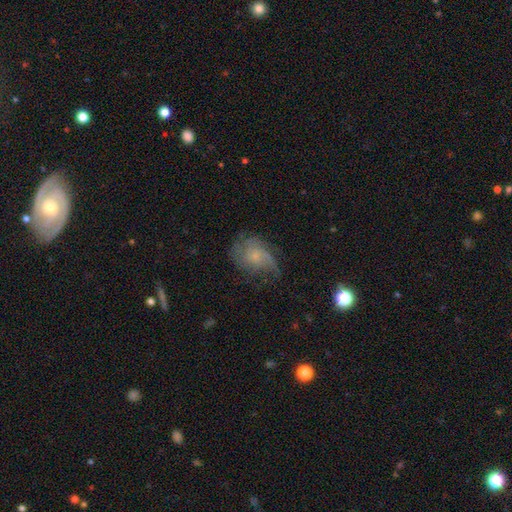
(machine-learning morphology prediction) smooth-or-featured: featured or disk: 61% | smooth: 29% | star or artifact: 10%
  disk-edge-on: no: 97% | yes: 3%
    bar: no: 75% | weak: 22% | strong: 3%
    has-spiral-arms: yes: 84% | no: 16%
      spiral-winding: medium: 39% | loose: 38% | tight: 23%
      spiral-arm-count: can't tell: 32% | 2: 27% | 3: 17% | 1: 13% | 4: 6% | more than 4: 5%
    bulge-size: small: 59% | moderate: 20% | none: 18% | large: 2% | dominant: 1%
  merging: none: 48% | minor disturbance: 27% | major disturbance: 23% | merger: 2%